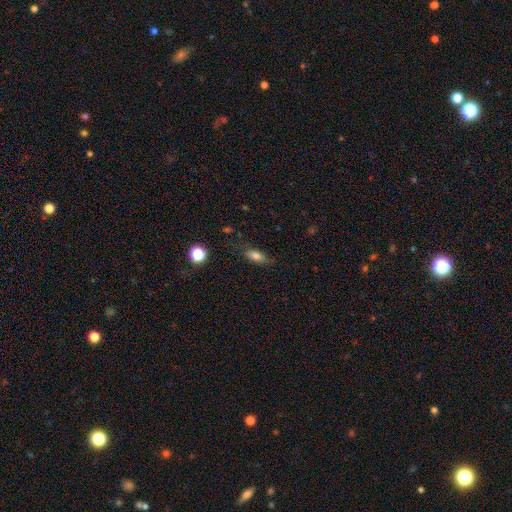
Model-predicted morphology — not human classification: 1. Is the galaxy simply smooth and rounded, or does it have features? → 76% smooth, 14% featured or disk, 10% star or artifact.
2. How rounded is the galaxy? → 75% in between, 19% cigar-shaped, 5% round.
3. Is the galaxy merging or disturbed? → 74% none, 19% minor disturbance, 5% major disturbance, 2% merger.